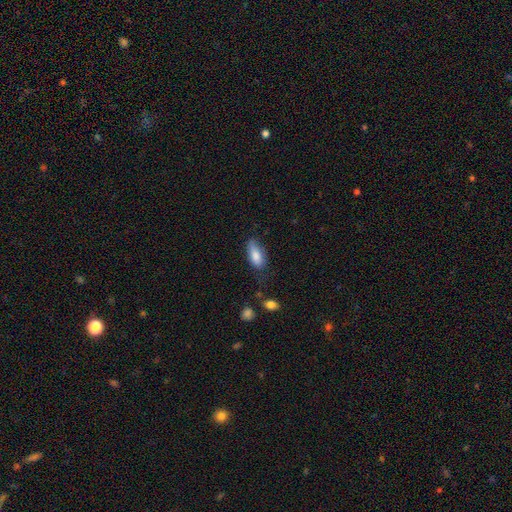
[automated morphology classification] A smooth galaxy with no disk features (83%) that is in between round and cigar-shaped (82%).

Vote fractions:
- Smooth or featured? smooth: 83% / featured or disk: 11% / star or artifact: 7%
- How rounded? in between: 82% / cigar-shaped: 15% / round: 2%
- Merging? none: 59% / minor disturbance: 30% / major disturbance: 8% / merger: 3%